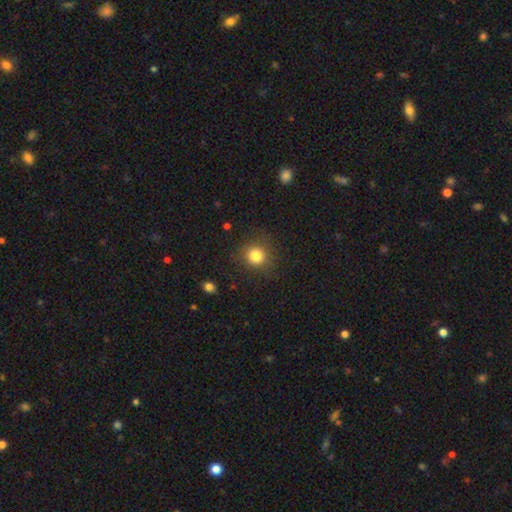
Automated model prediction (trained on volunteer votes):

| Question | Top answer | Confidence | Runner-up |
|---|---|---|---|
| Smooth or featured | smooth | 82% | star or artifact (12%) |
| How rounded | round | 89% | in between (10%) |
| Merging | none | 85% | minor disturbance (10%) |